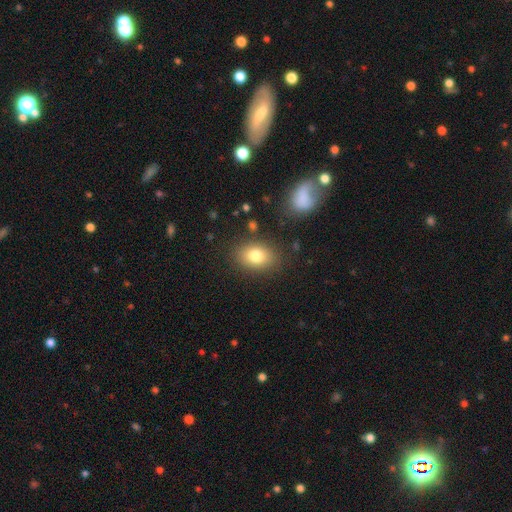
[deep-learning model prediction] This is likely a smooth galaxy (79%). How rounded: likely in between (73%). Merging: clearly none (83%).